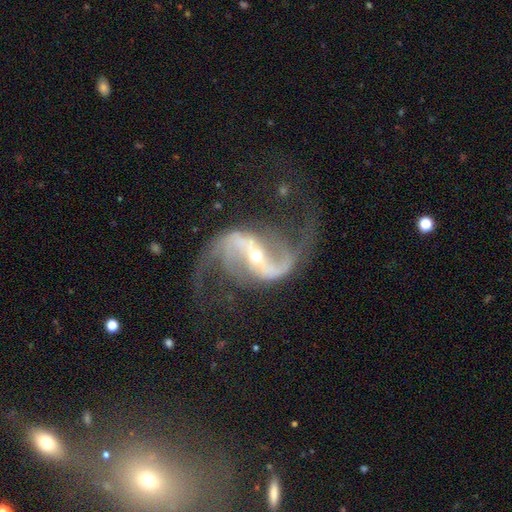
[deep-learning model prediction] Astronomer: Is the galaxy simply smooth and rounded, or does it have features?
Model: featured or disk — 93%.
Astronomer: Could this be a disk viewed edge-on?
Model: no — 97%.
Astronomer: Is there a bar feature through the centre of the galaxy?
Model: strong — 62%.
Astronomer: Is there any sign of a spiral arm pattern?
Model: yes — 98%.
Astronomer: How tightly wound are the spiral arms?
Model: loose — 67%.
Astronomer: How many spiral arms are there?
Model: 2 — 94%.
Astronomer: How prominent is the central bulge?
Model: small — 66%.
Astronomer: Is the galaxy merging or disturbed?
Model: none — 72%.